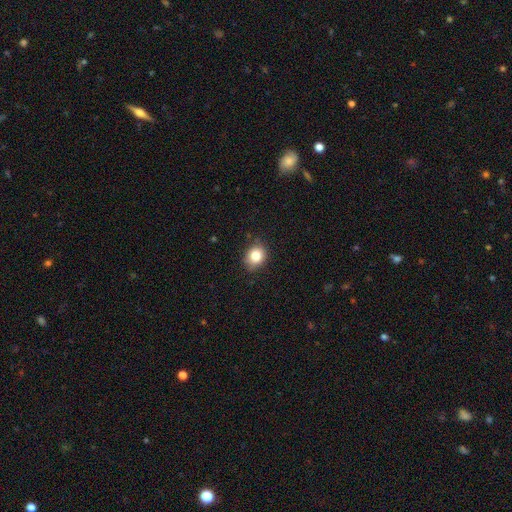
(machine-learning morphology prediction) A smooth galaxy with no disk features (83%) that is round (62%).

Vote fractions:
- Smooth or featured? smooth: 83% / star or artifact: 10% / featured or disk: 7%
- How rounded? round: 62% / in between: 37% / cigar-shaped: 1%
- Merging? none: 83% / minor disturbance: 14% / major disturbance: 2% / merger: 1%